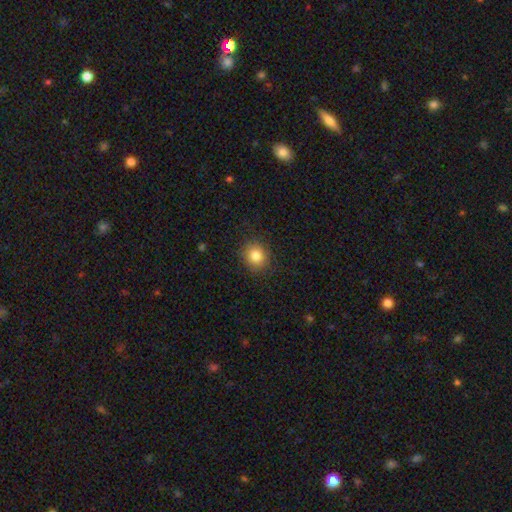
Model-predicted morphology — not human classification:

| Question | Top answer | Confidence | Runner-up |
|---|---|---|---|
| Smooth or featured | smooth | 84% | star or artifact (10%) |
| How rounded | round | 83% | in between (16%) |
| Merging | none | 88% | minor disturbance (9%) |